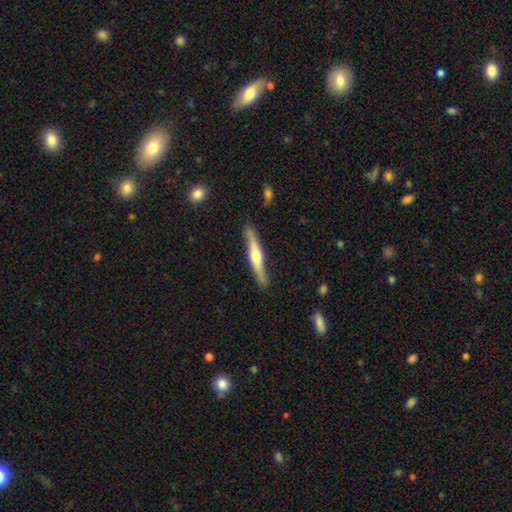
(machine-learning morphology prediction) smooth-or-featured: featured or disk: 62% | smooth: 33% | star or artifact: 5%
  disk-edge-on: yes: 95% | no: 5%
    edge-on-bulge: rounded: 89% | none: 6% | boxy: 5%
  merging: none: 87% | minor disturbance: 10% | major disturbance: 2% | merger: 1%